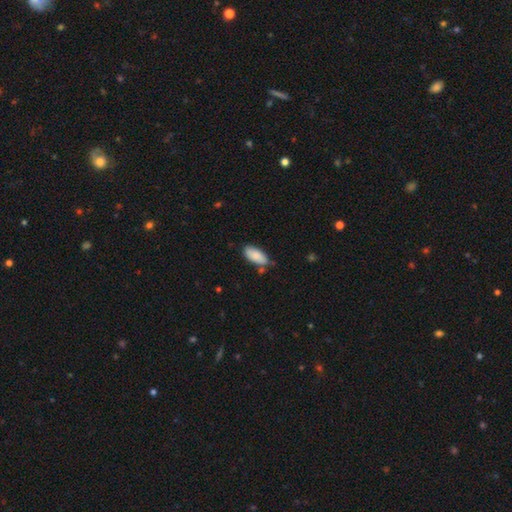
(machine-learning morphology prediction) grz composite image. It shows a smooth galaxy with no disk features (86%) that is in between round and cigar-shaped (89%). Merging: none (70%).